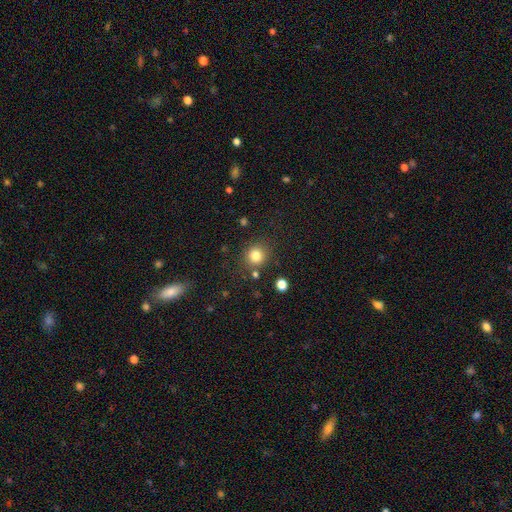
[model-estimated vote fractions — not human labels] Overall: smooth (82%). How rounded: round (87%). Merging: none (82%).